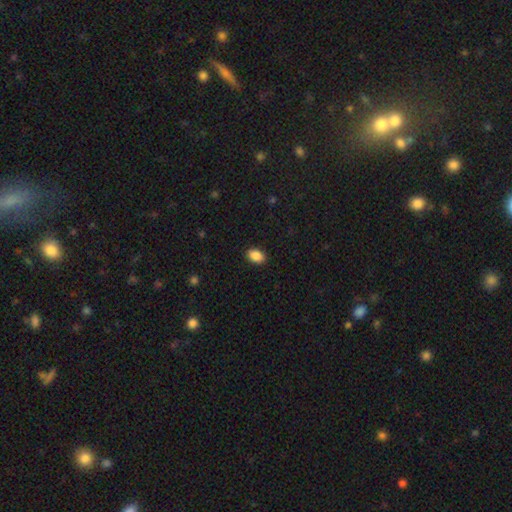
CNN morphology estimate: Smooth or featured? Predicted: smooth (p=0.89). How rounded? Predicted: in between (p=0.88). Merging? Predicted: none (p=0.90).